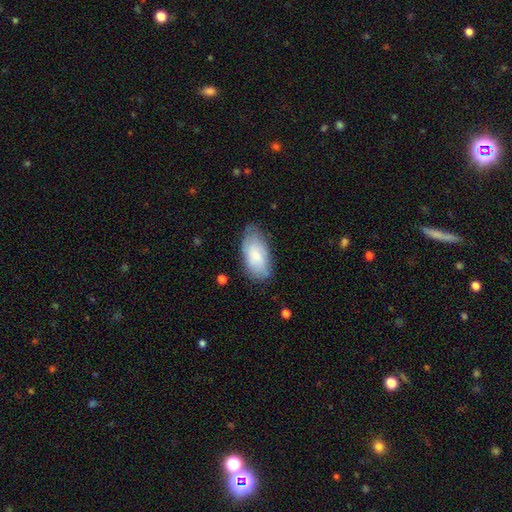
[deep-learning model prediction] Smooth or featured: smooth — 72% (featured or disk — 22%)
How rounded: in between — 94% (cigar-shaped — 4%)
Merging: none — 71% (minor disturbance — 23%)